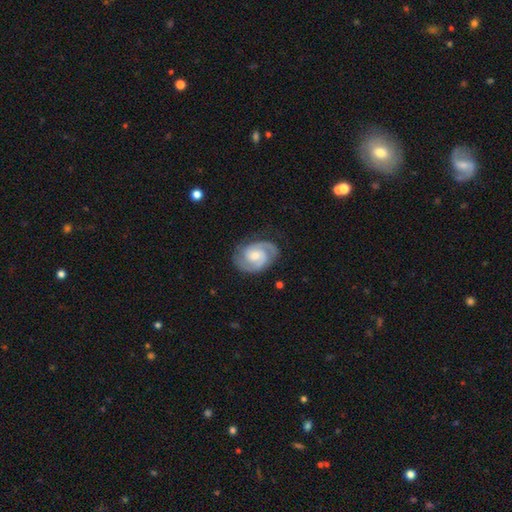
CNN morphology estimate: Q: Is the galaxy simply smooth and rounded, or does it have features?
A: featured or disk — 89%.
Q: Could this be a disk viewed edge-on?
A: no — 98%.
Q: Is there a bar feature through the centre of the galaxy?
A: no — 53%.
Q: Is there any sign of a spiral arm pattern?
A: yes — 98%.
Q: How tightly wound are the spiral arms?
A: tight — 54%.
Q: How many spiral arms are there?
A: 2 — 81%.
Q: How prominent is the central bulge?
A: moderate — 51%.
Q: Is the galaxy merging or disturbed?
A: none — 80%.